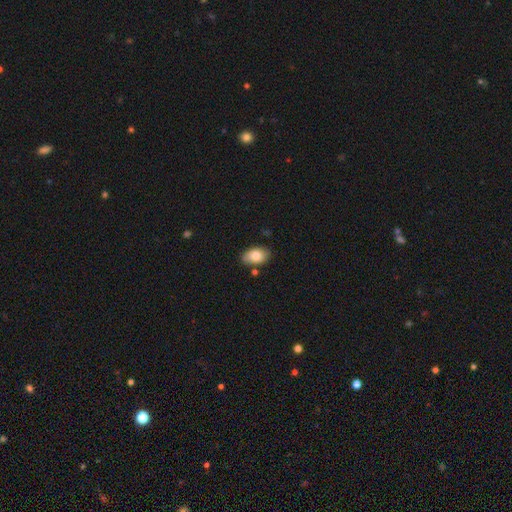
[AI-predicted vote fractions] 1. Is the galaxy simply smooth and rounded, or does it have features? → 82% smooth, 12% featured or disk, 7% star or artifact.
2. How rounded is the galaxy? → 92% in between, 7% round, 1% cigar-shaped.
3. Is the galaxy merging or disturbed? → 76% none, 16% minor disturbance, 5% merger, 3% major disturbance.